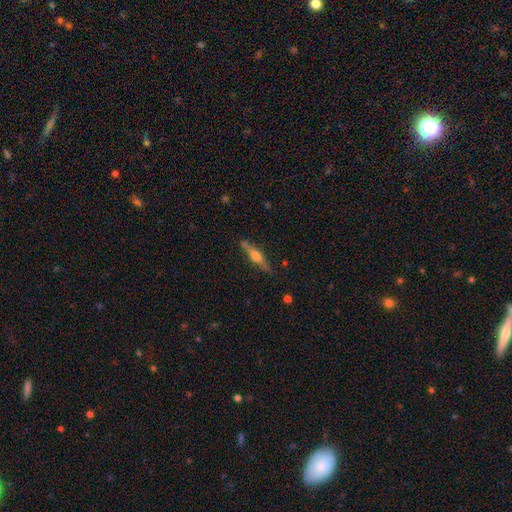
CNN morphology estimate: Smooth or featured? featured or disk (73%)
Edge-on disk? yes (97%)
Edge-on bulge? rounded (90%)
Merging? none (85%)